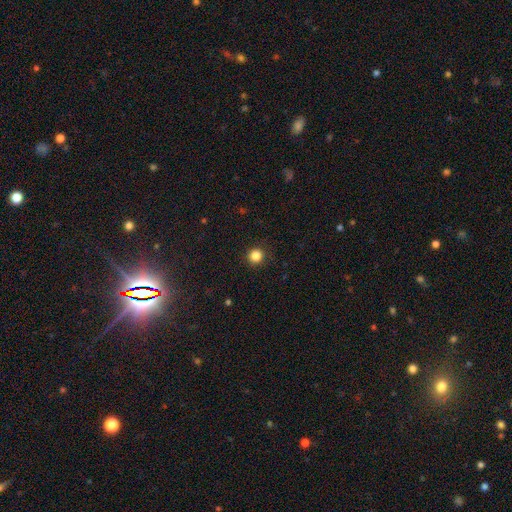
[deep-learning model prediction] Morphology: type=smooth (85%); roundness=round (94%); merging=none (91%).